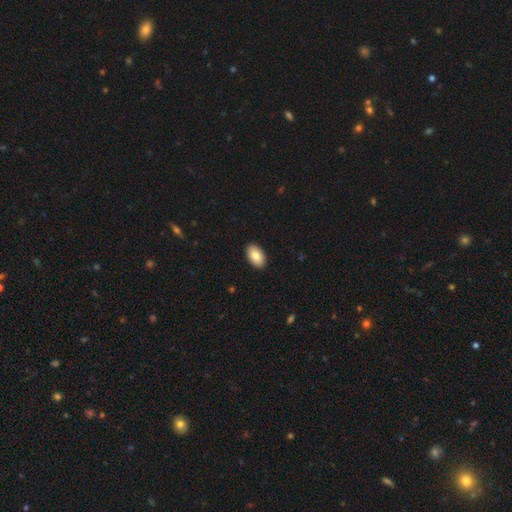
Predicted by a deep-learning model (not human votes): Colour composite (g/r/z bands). It shows a smooth galaxy with no disk features (84%) that is in between round and cigar-shaped (94%). Merging: none (91%).